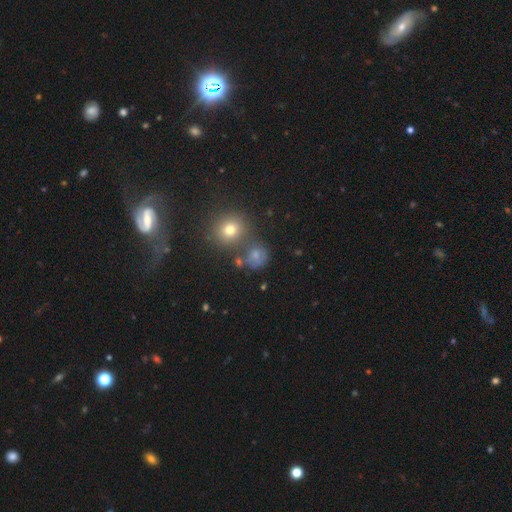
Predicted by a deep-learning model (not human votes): Morphology: type=smooth (64%); roundness=round (77%); merging=none (53%).